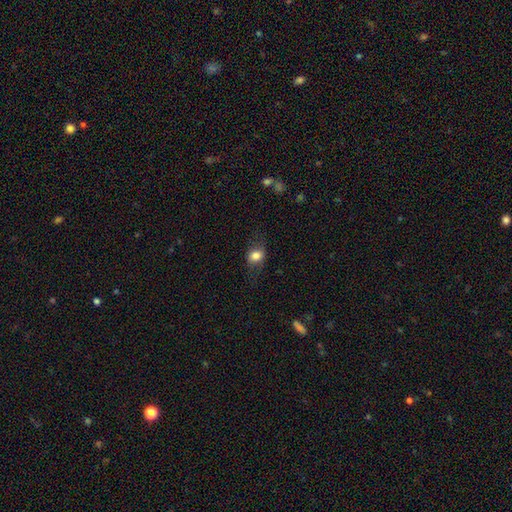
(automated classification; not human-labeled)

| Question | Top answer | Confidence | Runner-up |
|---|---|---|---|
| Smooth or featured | smooth | 79% | featured or disk (12%) |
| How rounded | in between | 56% | round (42%) |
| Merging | none | 69% | minor disturbance (20%) |